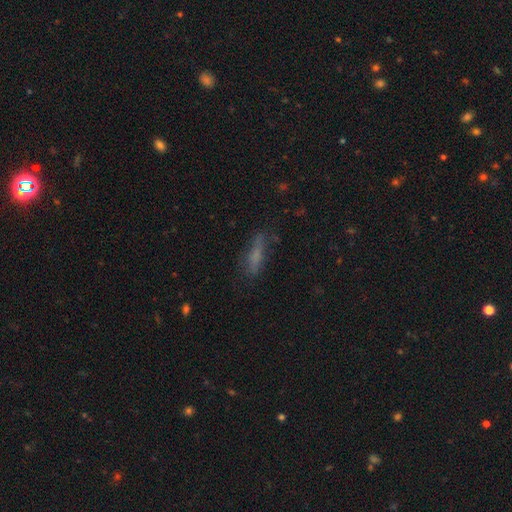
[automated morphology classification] This appears to be a smooth galaxy with no disk features (62%) that is cigar-shaped (72%). Merging: none (68%).